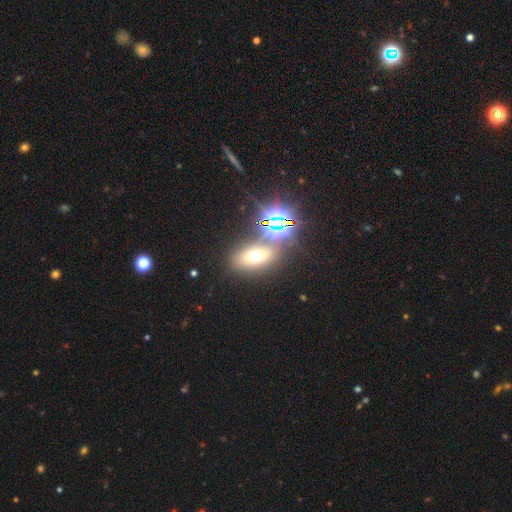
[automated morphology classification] Smooth or featured? Predicted: smooth (p=0.44). Merging? Predicted: none (p=0.73).